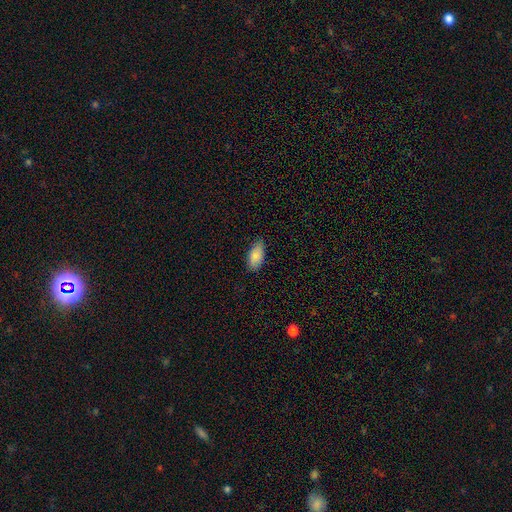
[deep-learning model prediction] Overall: smooth (87%). How rounded: in between (91%). Merging: none (79%).